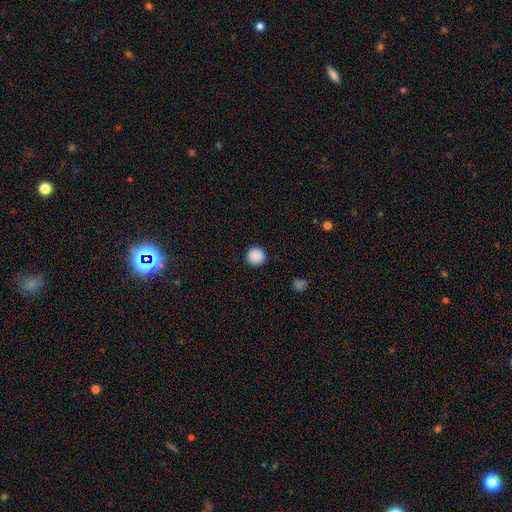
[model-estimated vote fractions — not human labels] Smooth or featured?
  - smooth: 89% *
  - star or artifact: 8%
  - featured or disk: 2%
How rounded?
  - round: 96% *
  - in between: 3%
  - cigar-shaped: 1%
Merging?
  - none: 92% *
  - minor disturbance: 5%
  - major disturbance: 2%
  - merger: 1%